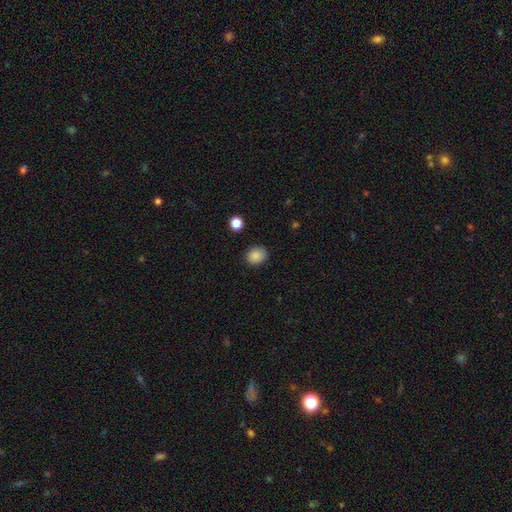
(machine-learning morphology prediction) smooth 87%, star or artifact 9%, featured or disk 4%. Down the decision tree: how rounded — round (64%); merging — none (85%).